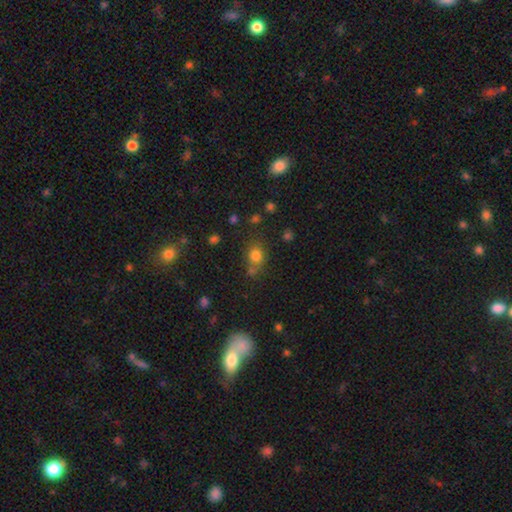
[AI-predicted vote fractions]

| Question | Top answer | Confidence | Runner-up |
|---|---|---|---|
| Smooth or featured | smooth | 77% | star or artifact (15%) |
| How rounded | round | 64% | in between (35%) |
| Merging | none | 63% | merger (16%) |